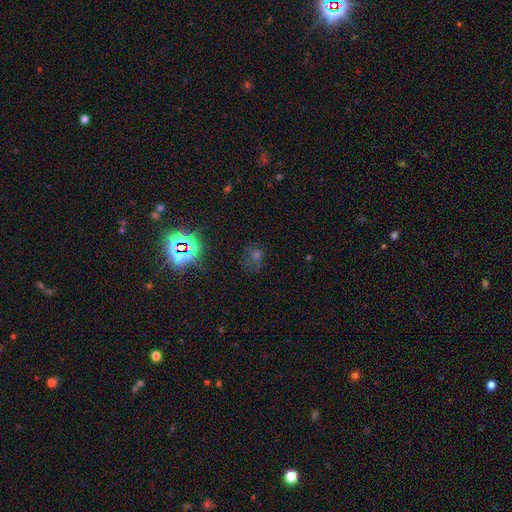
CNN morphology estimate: smooth-or-featured: star or artifact: 56% | smooth: 33% | featured or disk: 11%